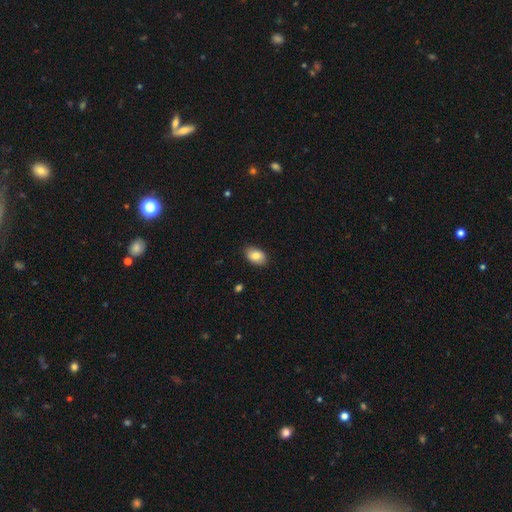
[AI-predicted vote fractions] This is clearly a smooth galaxy (83%). How rounded: clearly in between (89%). Merging: clearly none (85%).